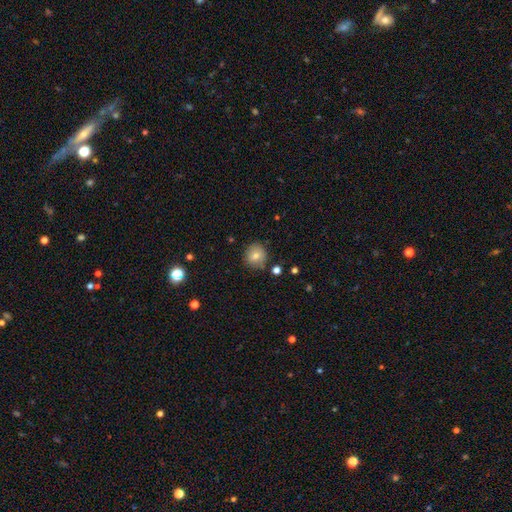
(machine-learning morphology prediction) Q: Smooth or featured?
A: smooth (76%); runner-up: featured or disk (13%)
Q: How rounded?
A: round (88%); runner-up: in between (11%)
Q: Merging?
A: none (82%); runner-up: minor disturbance (12%)